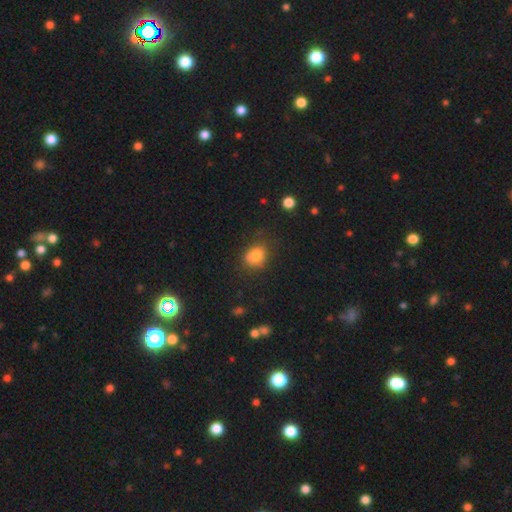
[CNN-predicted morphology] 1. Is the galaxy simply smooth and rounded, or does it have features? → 79% smooth, 11% star or artifact, 10% featured or disk.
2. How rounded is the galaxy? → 58% round, 41% in between, 1% cigar-shaped.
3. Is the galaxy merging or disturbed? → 67% none, 23% minor disturbance, 8% major disturbance, 2% merger.